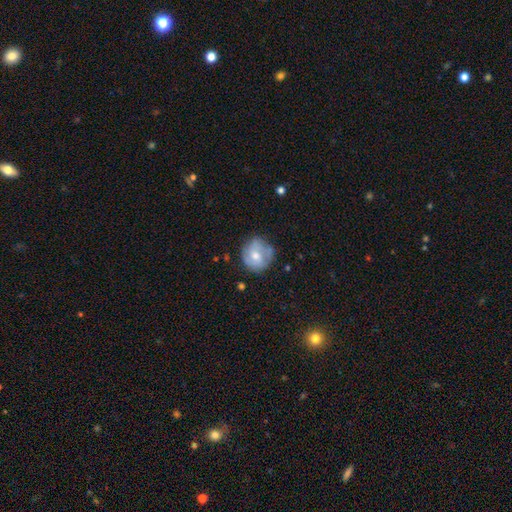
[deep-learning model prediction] Smooth or featured? smooth (56%)
How rounded? round (86%)
Merging? none (63%)